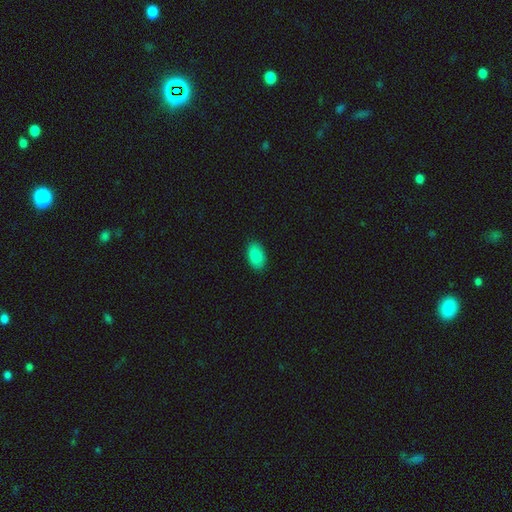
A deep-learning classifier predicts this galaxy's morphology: Smooth or featured: smooth — 87% (star or artifact — 7%)
How rounded: in between — 92% (round — 6%)
Merging: none — 89% (minor disturbance — 8%)